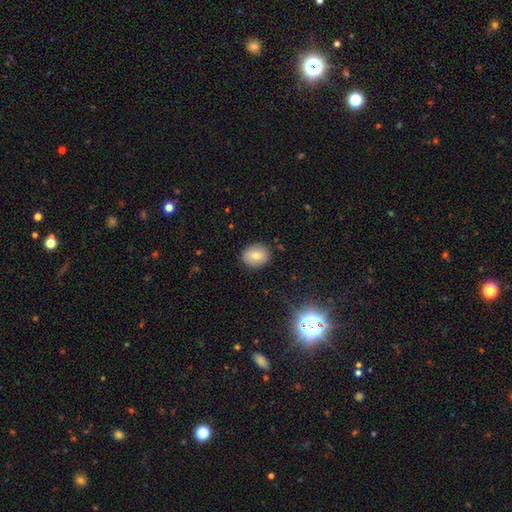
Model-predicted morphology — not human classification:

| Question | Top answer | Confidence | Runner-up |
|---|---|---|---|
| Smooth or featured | smooth | 74% | featured or disk (15%) |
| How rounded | round | 60% | in between (39%) |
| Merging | none | 86% | minor disturbance (10%) |